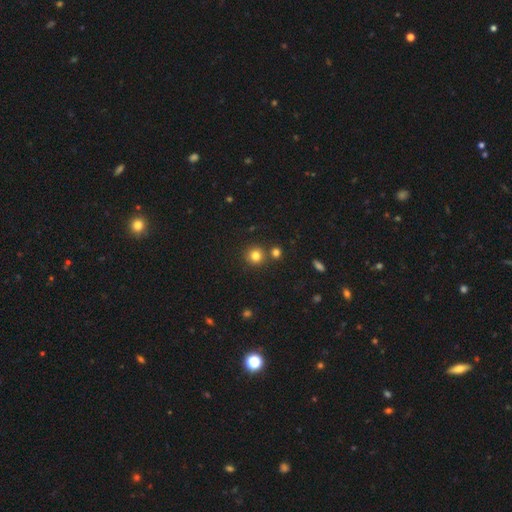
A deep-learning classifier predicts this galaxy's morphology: Smooth or featured?
  - smooth: 80% *
  - star or artifact: 13%
  - featured or disk: 6%
How rounded?
  - round: 92% *
  - in between: 7%
  - cigar-shaped: 1%
Merging?
  - none: 79% *
  - merger: 12%
  - minor disturbance: 7%
  - major disturbance: 2%